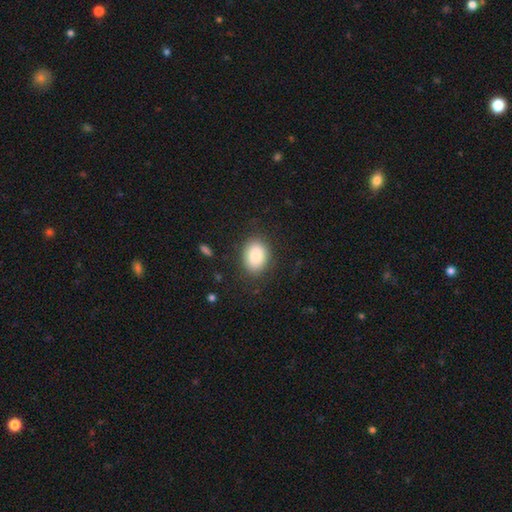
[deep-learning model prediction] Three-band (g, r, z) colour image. It shows a smooth galaxy with no disk features (86%) that is in between round and cigar-shaped (69%). Merging: none (84%).